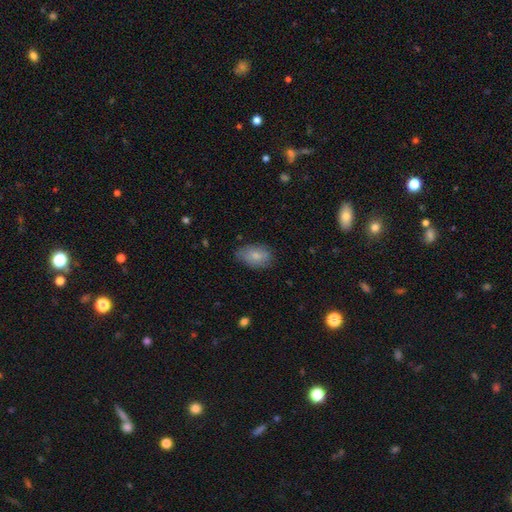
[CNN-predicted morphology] smooth-or-featured: smooth: 78% | featured or disk: 15% | star or artifact: 7%
  how-rounded: in between: 87% | round: 12% | cigar-shaped: 2%
  merging: none: 69% | minor disturbance: 25% | major disturbance: 5% | merger: 1%